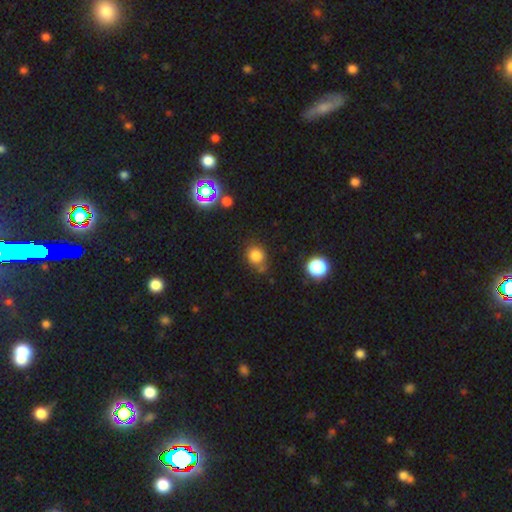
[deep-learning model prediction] Morphology: type=smooth (80%); roundness=round (73%); merging=none (67%).